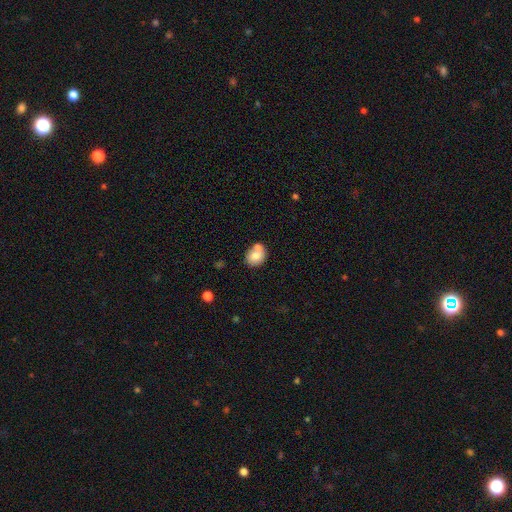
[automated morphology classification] smooth_or_featured: smooth (p=0.75) [alt: featured or disk p=0.16]
how_rounded: round (p=0.55) [alt: in between p=0.44]
merging: none (p=0.55) [alt: merger p=0.30]